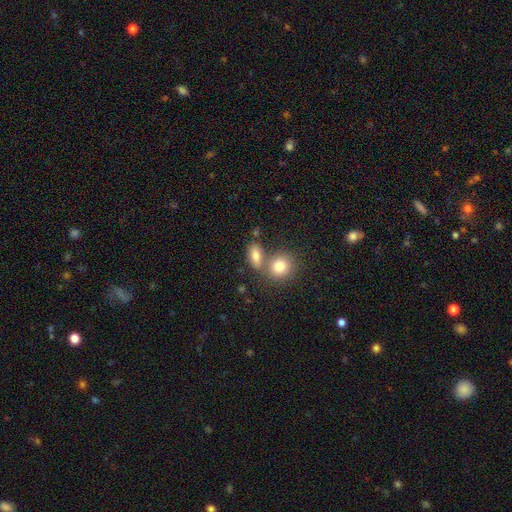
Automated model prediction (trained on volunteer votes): Smooth or featured? smooth (79%)
How rounded? in between (76%)
Merging? none (49%)